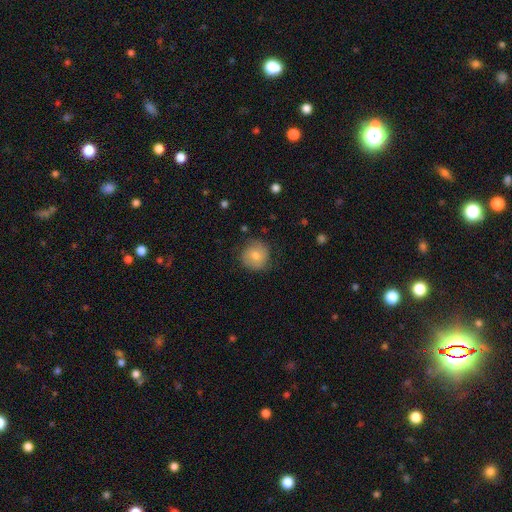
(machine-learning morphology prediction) Smooth or featured: smooth — 74% (featured or disk — 18%)
How rounded: round — 90% (in between — 9%)
Merging: none — 78% (minor disturbance — 16%)